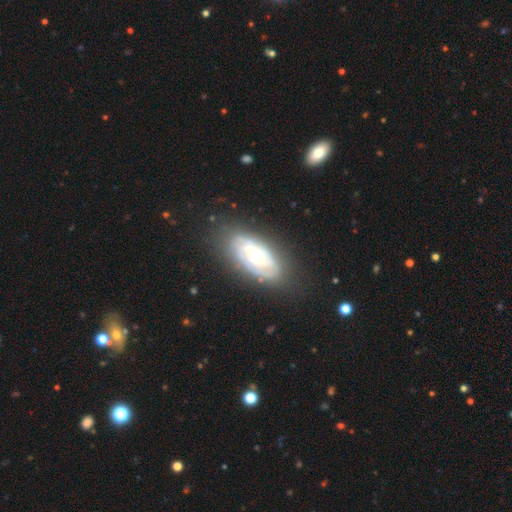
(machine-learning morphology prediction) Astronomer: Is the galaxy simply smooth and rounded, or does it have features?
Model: featured or disk — 78%.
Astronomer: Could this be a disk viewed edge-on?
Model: no — 93%.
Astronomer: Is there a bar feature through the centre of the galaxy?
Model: no — 61%.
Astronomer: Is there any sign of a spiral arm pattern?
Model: yes — 93%.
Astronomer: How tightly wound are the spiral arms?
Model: tight — 70%.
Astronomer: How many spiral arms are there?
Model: can't tell — 35% (runner-up: 2, 32%).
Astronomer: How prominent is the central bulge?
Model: moderate — 52% (runner-up: small, 38%).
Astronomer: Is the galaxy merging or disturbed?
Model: none — 77%.